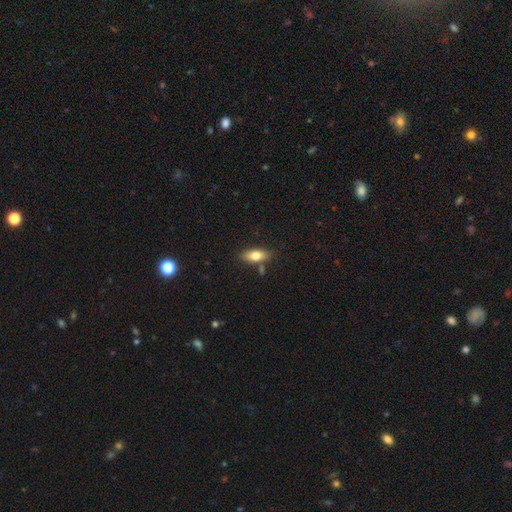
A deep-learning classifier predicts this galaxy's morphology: Overall: smooth (76%). How rounded: in between (82%). Merging: none (77%).